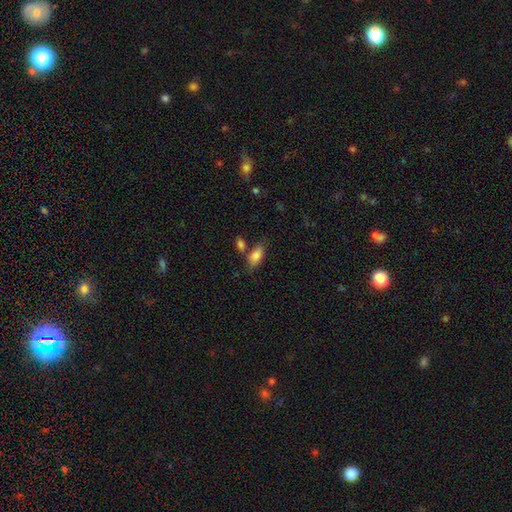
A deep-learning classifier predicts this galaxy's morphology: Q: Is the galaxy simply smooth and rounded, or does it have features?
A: smooth — 81%.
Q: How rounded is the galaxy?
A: in between — 84%.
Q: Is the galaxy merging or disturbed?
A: none — 61%.